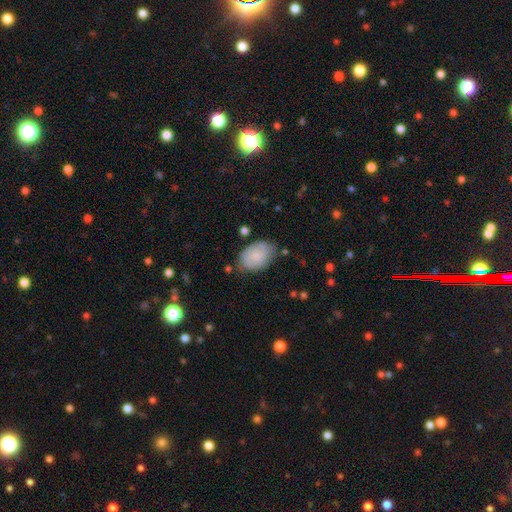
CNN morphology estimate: A smooth galaxy with no disk features (68%) that is in between round and cigar-shaped (86%). Merging: none (72%).